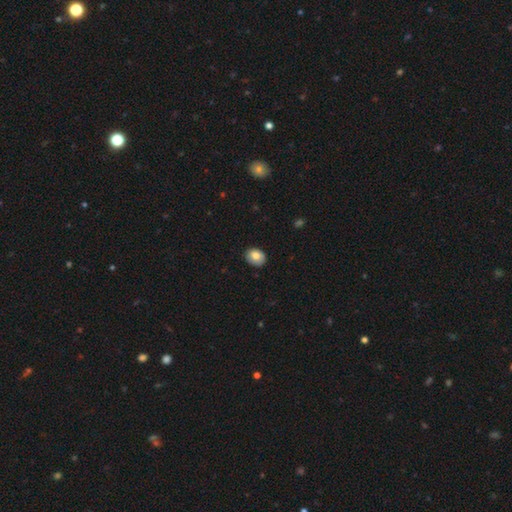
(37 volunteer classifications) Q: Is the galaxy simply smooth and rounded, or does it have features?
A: smooth — 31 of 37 (84%).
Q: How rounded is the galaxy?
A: in between — 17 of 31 (55%).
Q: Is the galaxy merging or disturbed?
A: none — 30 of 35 (86%).